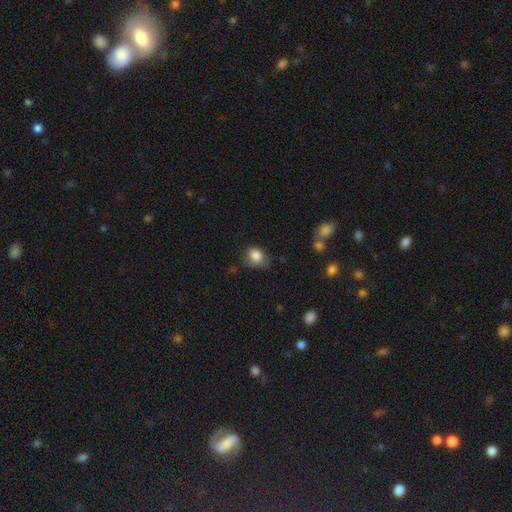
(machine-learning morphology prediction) Smooth or featured? Predicted: smooth (p=0.84). How rounded? Predicted: round (p=0.54). Merging? Predicted: none (p=0.53).